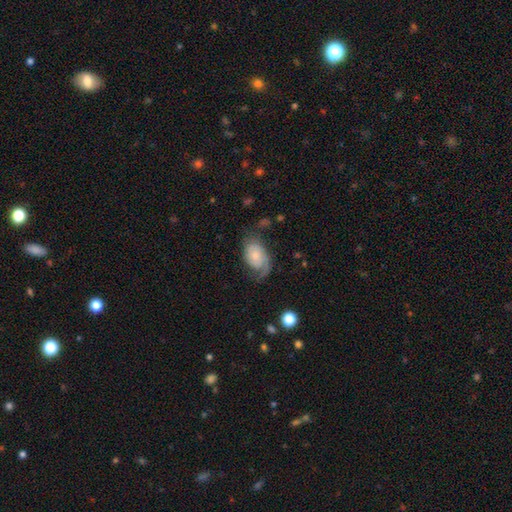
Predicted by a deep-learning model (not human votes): smooth_or_featured: featured or disk (p=0.53) [alt: smooth p=0.40]
disk_edge_on: no (p=0.95) [alt: yes p=0.05]
bar: no (p=0.77) [alt: weak p=0.20]
has_spiral_arms: yes (p=0.82) [alt: no p=0.18]
bulge_size: small (p=0.51) [alt: moderate p=0.37]
merging: none (p=0.45) [alt: minor disturbance p=0.29]